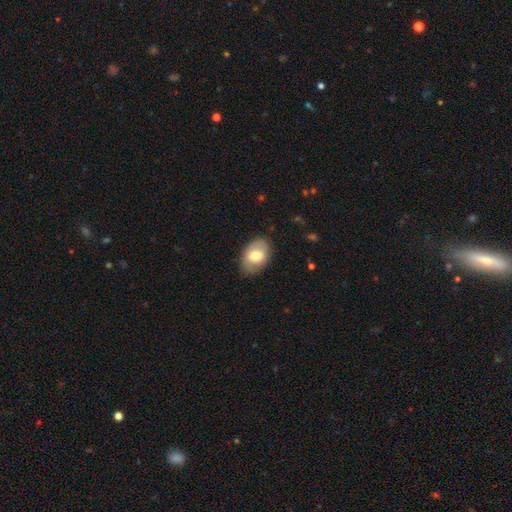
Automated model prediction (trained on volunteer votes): Overall: smooth (72%). How rounded: in between (88%). Merging: none (82%).